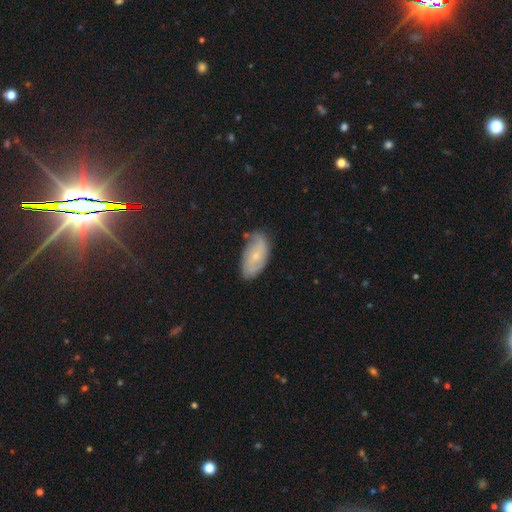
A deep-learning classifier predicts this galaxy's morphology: The model was most divided on "smooth or featured": featured or disk: 54%, smooth: 38%, star or artifact: 8%. More confident: edge-on disk — no (93%); spiral arms — yes (78%); bar — no (73%); bulge size — small (70%); merging — none (59%).